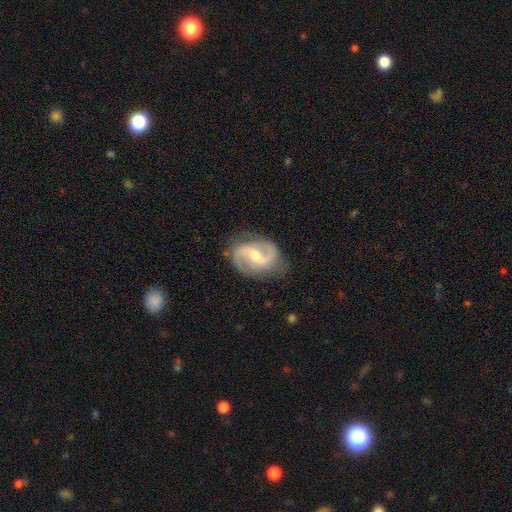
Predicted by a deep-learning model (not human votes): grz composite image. It shows a featured or disk galaxy (90%) with a weak bar (50%), 2 (93%) medium (53%) spiral arms (97%) and a moderate central bulge (51%). Merging: none (80%).